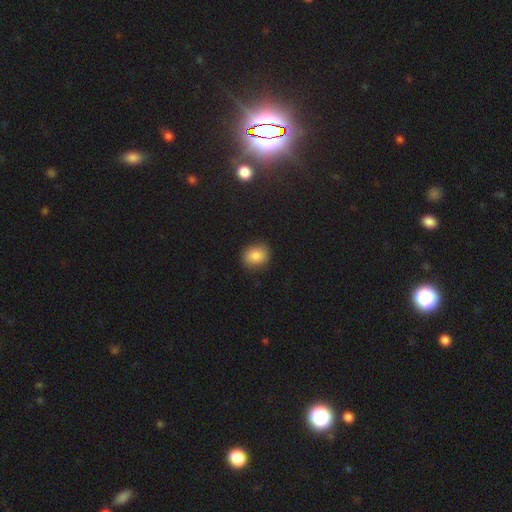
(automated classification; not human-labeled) Morphology: type=smooth (85%); roundness=round (53%); merging=none (86%).